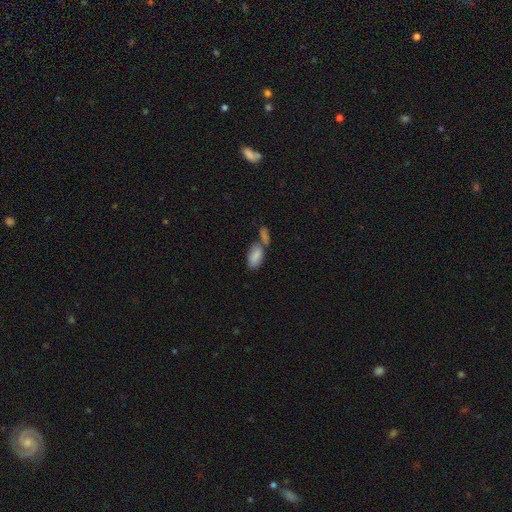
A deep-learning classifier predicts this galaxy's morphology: Smooth or featured? Predicted: smooth (p=0.83). How rounded? Predicted: in between (p=0.93). Merging? Predicted: merger (p=0.47).